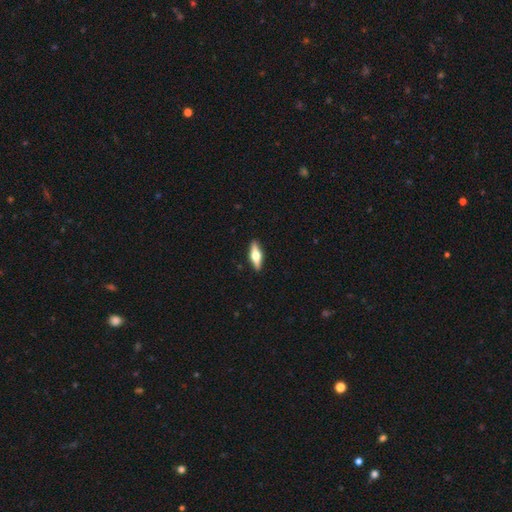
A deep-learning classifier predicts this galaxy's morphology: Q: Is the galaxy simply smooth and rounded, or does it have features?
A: featured or disk — 58%.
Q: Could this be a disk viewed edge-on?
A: yes — 95%.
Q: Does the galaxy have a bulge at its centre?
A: rounded — 96%.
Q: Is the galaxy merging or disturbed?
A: none — 91%.